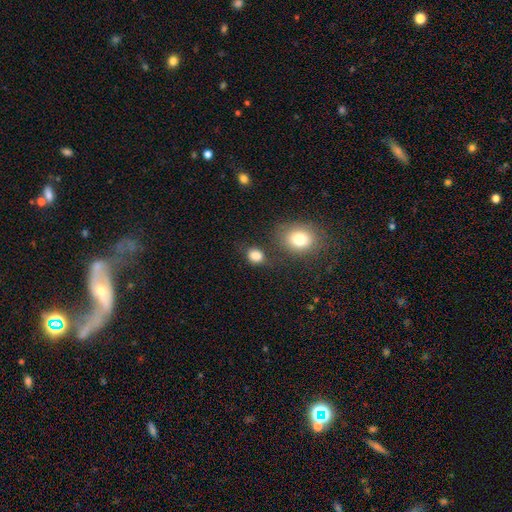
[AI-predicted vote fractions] A smooth galaxy with no disk features (83%) that is round (50%). Merging: none (65%).